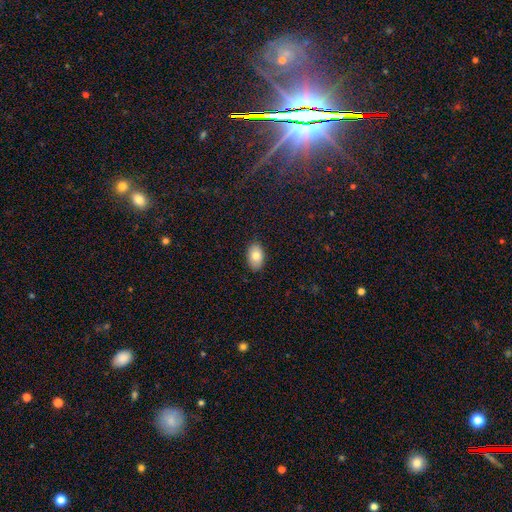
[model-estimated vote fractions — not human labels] A smooth galaxy with no disk features (79%) that is in between round and cigar-shaped (89%).

Vote fractions:
- Smooth or featured? smooth: 79% / featured or disk: 13% / star or artifact: 8%
- How rounded? in between: 89% / round: 9% / cigar-shaped: 1%
- Merging? none: 86% / minor disturbance: 11% / major disturbance: 2% / merger: 1%